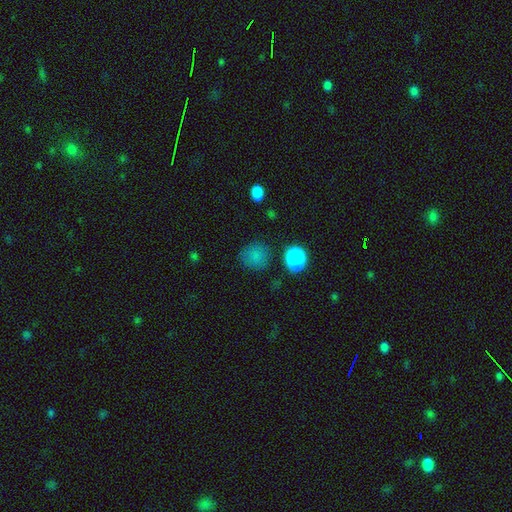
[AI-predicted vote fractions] Overall: smooth (76%). How rounded: round (86%). Merging: none (79%).